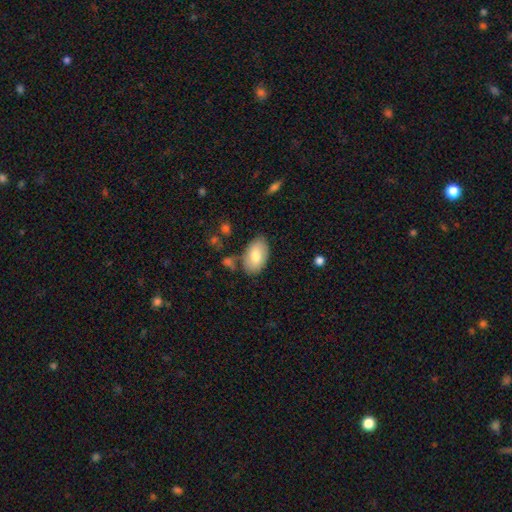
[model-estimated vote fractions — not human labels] This appears to be a smooth galaxy with no disk features (75%) that is in between round and cigar-shaped (92%). Merging: none (74%).